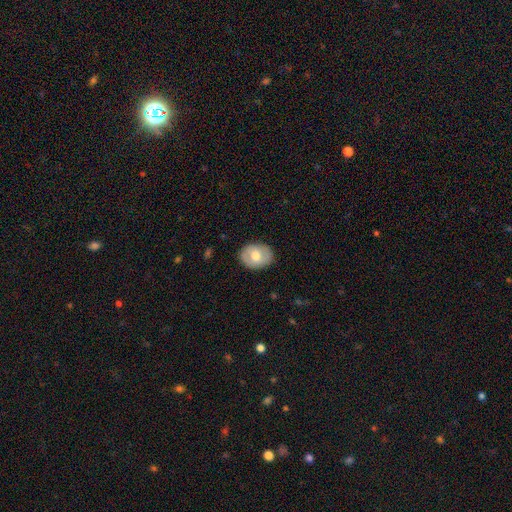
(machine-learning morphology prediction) Q: Smooth or featured?
A: smooth (57%); runner-up: featured or disk (37%)
Q: How rounded?
A: in between (59%); runner-up: round (40%)
Q: Merging?
A: none (86%); runner-up: minor disturbance (11%)